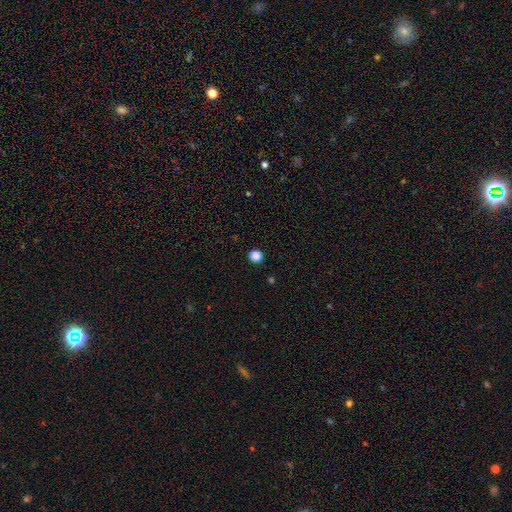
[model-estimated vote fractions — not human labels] This is clearly a smooth galaxy (87%). How rounded: clearly round (92%). Merging: clearly none (93%).